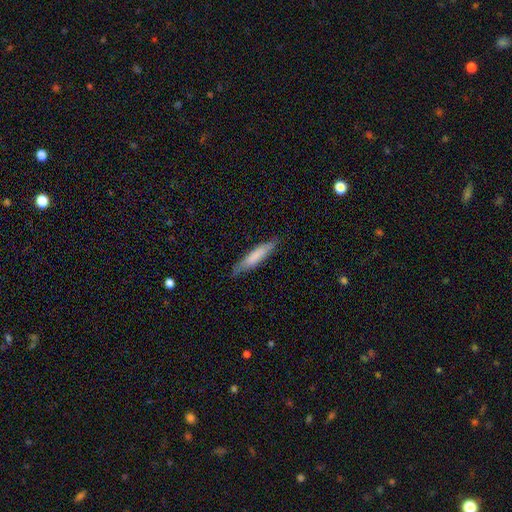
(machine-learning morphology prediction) This is likely a smooth galaxy (70%). How rounded: clearly cigar-shaped (83%). Merging: likely none (79%).